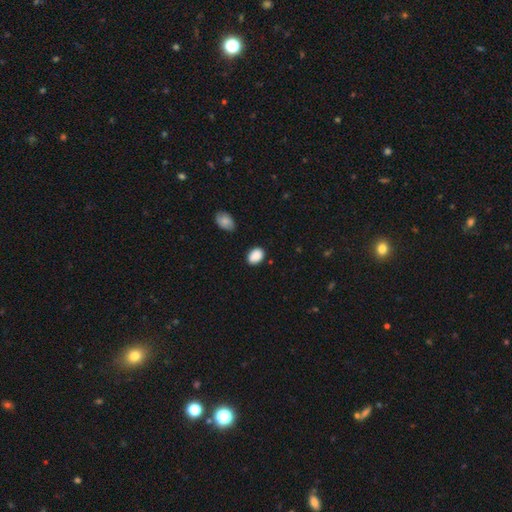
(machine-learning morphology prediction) Smooth or featured? smooth (88%)
How rounded? in between (74%)
Merging? none (81%)